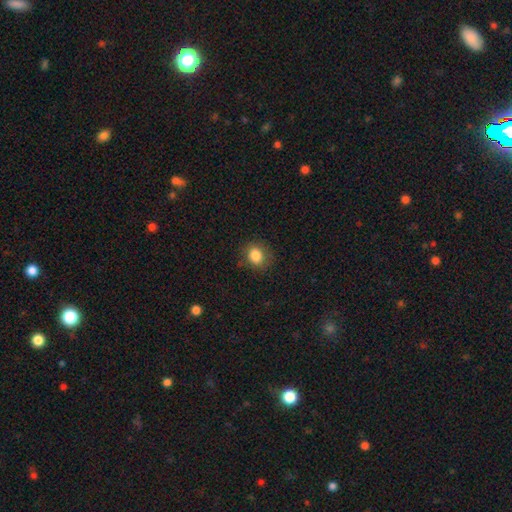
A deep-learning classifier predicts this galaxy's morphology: Smooth or featured: smooth — 85% (star or artifact — 10%)
How rounded: round — 69% (in between — 30%)
Merging: none — 81% (minor disturbance — 14%)